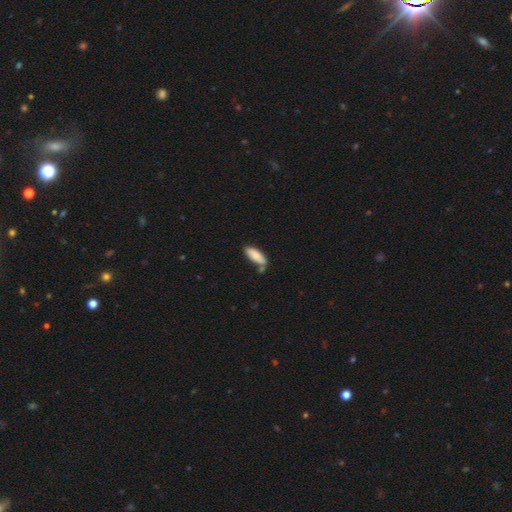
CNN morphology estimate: A smooth galaxy with no disk features (84%) that is in between round and cigar-shaped (75%).

Vote fractions:
- Smooth or featured? smooth: 84% / featured or disk: 10% / star or artifact: 6%
- How rounded? in between: 75% / cigar-shaped: 24% / round: 2%
- Merging? none: 64% / minor disturbance: 19% / merger: 13% / major disturbance: 4%